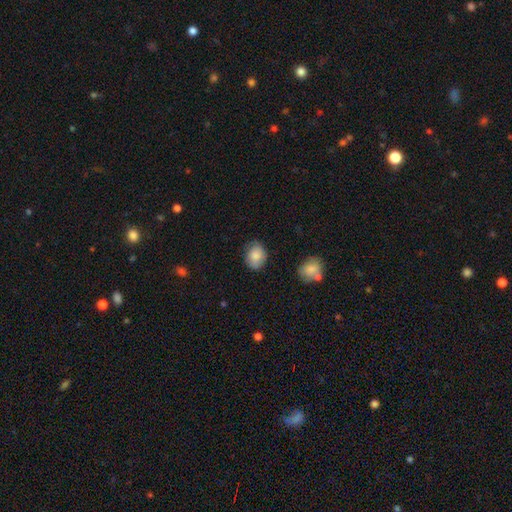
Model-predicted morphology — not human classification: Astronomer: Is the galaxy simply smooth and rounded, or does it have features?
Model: smooth — 82%.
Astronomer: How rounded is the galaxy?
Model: in between — 56% (runner-up: round, 43%).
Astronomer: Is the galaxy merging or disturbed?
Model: none — 73%.